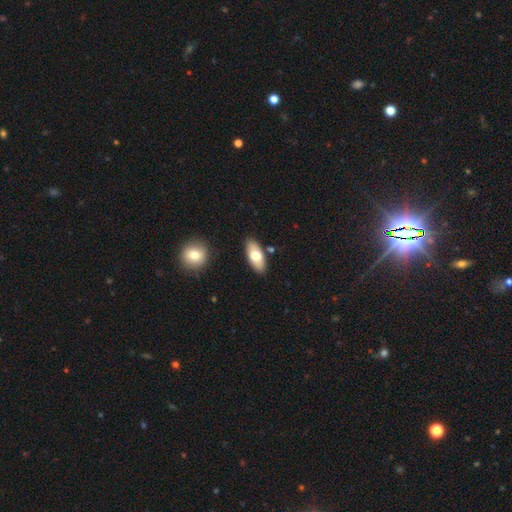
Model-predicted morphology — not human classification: Smooth or featured?
  - smooth: 68% *
  - featured or disk: 26%
  - star or artifact: 6%
How rounded?
  - in between: 88% *
  - cigar-shaped: 9%
  - round: 3%
Merging?
  - none: 84% *
  - minor disturbance: 10%
  - merger: 4%
  - major disturbance: 2%